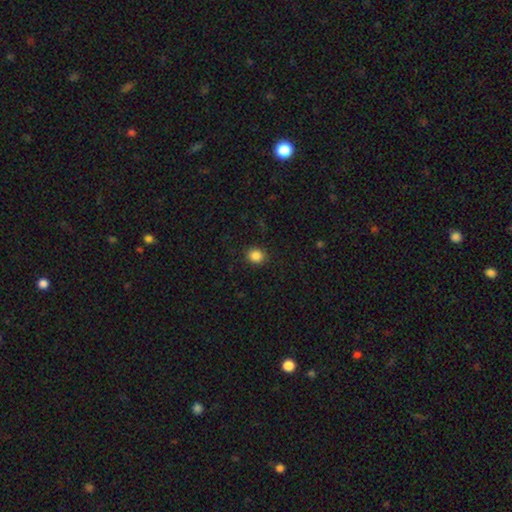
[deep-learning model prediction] smooth 86%, star or artifact 10%, featured or disk 3%. Down the decision tree: how rounded — round (78%); merging — none (89%).